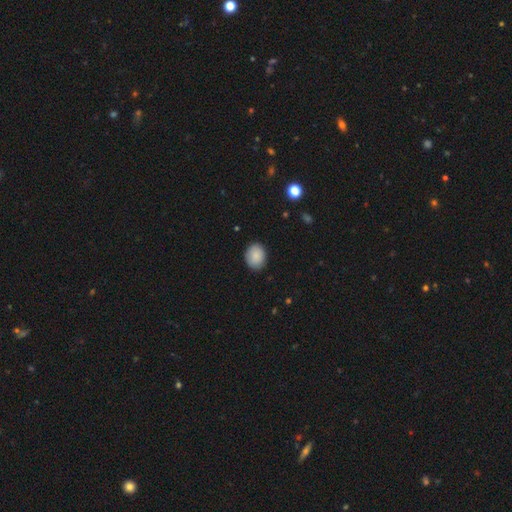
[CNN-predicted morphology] The model was most divided on "how rounded": round: 52%, in between: 47%, cigar-shaped: 1%. More confident: smooth or featured — smooth (88%); merging — none (87%).